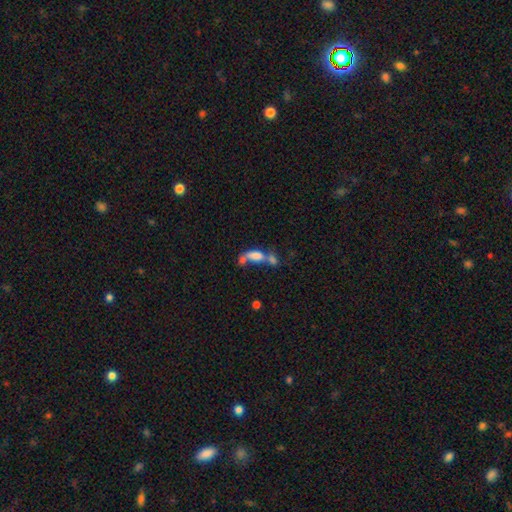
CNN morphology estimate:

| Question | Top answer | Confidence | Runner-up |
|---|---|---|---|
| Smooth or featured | smooth | 62% | featured or disk (25%) |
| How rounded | in between | 71% | cigar-shaped (23%) |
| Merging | merger | 62% | none (16%) |